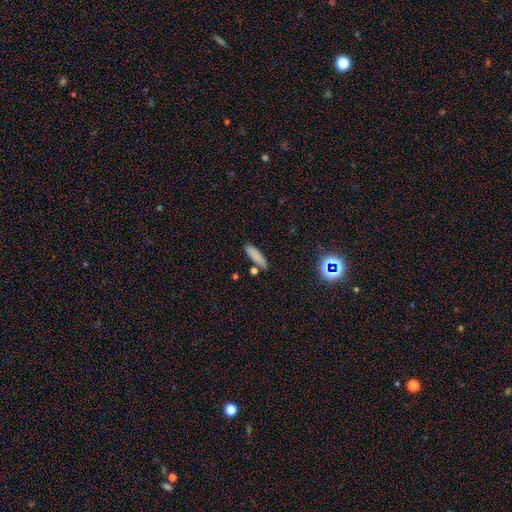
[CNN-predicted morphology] This is clearly a smooth galaxy (83%). How rounded: likely cigar-shaped (60%). Merging: likely none (79%).